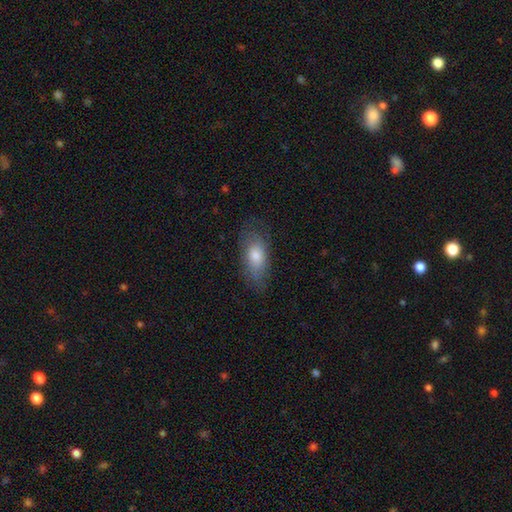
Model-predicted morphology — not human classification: smooth_or_featured: smooth (p=0.64) [alt: featured or disk p=0.28]
how_rounded: in between (p=0.83) [alt: cigar-shaped p=0.12]
merging: none (p=0.71) [alt: minor disturbance p=0.20]